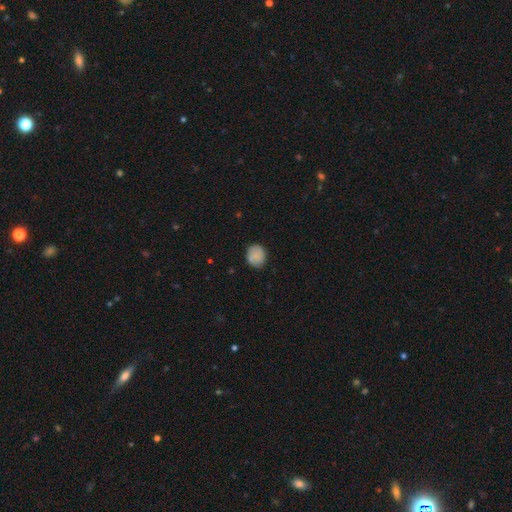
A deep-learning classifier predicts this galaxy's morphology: smooth_or_featured: smooth (p=0.82) [alt: featured or disk p=0.10]
how_rounded: round (p=0.77) [alt: in between p=0.22]
merging: none (p=0.81) [alt: minor disturbance p=0.15]